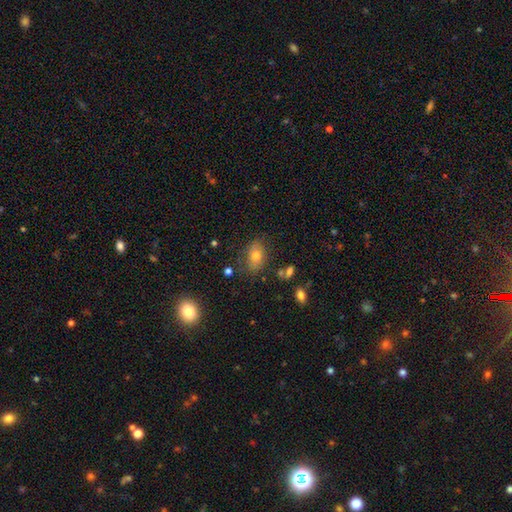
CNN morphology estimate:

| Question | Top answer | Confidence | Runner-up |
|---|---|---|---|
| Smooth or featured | smooth | 70% | featured or disk (18%) |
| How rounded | in between | 80% | round (18%) |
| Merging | none | 72% | minor disturbance (18%) |